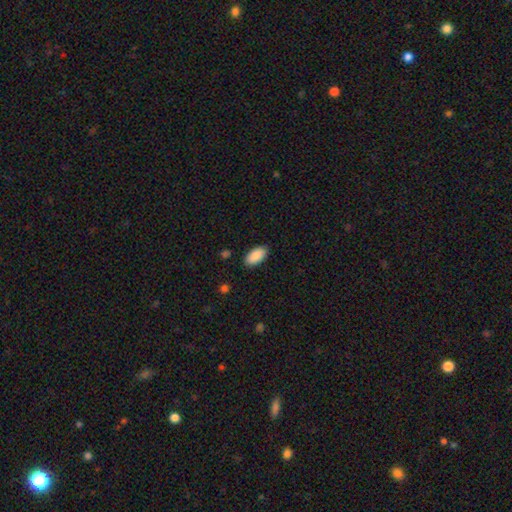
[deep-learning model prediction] A smooth galaxy with no disk features (89%) that is in between round and cigar-shaped (94%). Merging: none (88%).